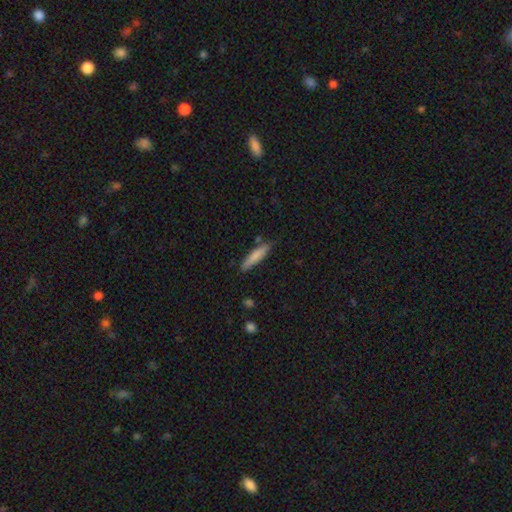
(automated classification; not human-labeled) smooth 79%, featured or disk 16%, star or artifact 6%. Down the decision tree: how rounded — cigar-shaped (84%); merging — none (78%).